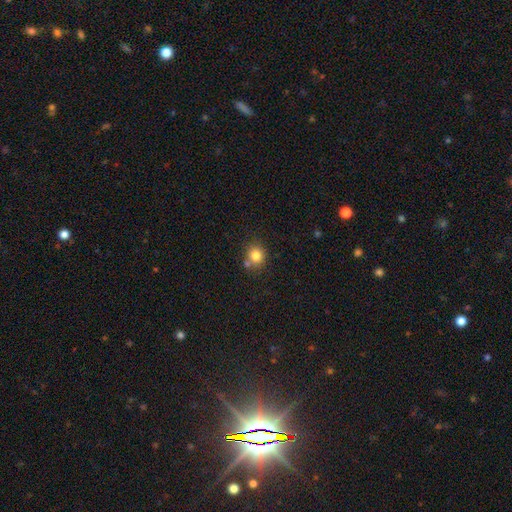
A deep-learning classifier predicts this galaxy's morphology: Smooth or featured? smooth (82%)
How rounded? round (81%)
Merging? none (68%)